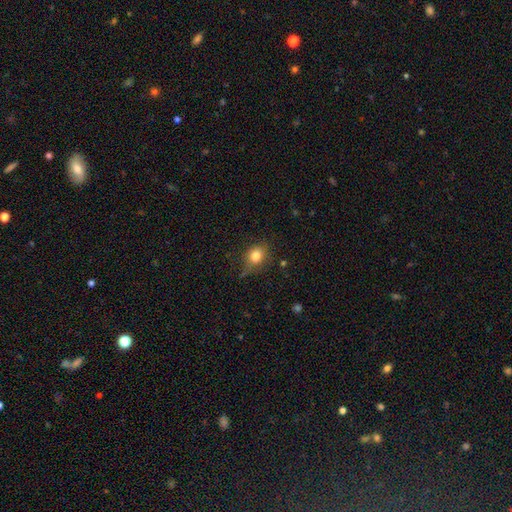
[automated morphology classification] smooth-or-featured: smooth: 82% | star or artifact: 10% | featured or disk: 8%
  how-rounded: round: 57% | in between: 41% | cigar-shaped: 1%
  merging: none: 72% | minor disturbance: 21% | major disturbance: 5% | merger: 2%